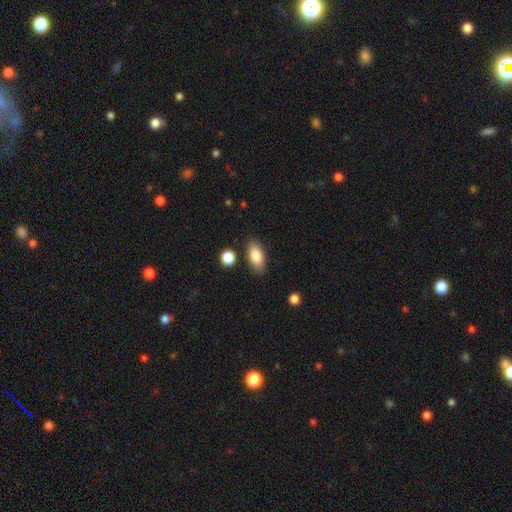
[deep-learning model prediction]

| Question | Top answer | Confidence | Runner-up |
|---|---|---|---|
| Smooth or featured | smooth | 85% | featured or disk (9%) |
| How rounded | in between | 90% | cigar-shaped (7%) |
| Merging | none | 83% | minor disturbance (11%) |